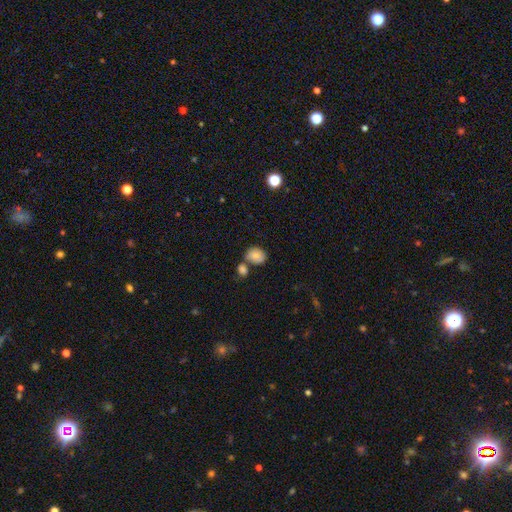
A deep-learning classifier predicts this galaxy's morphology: smooth 81%, featured or disk 10%, star or artifact 9%. Down the decision tree: how rounded — in between (51%); merging — none (50%).